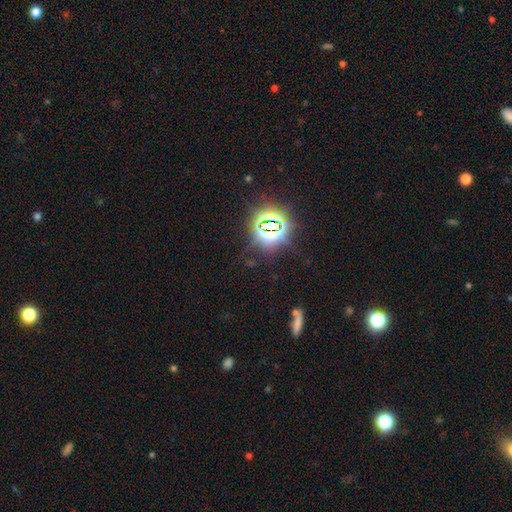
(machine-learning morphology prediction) A star or artifact, not a galaxy (79%).

Vote fractions:
- Smooth or featured? star or artifact: 79% / smooth: 14% / featured or disk: 7%